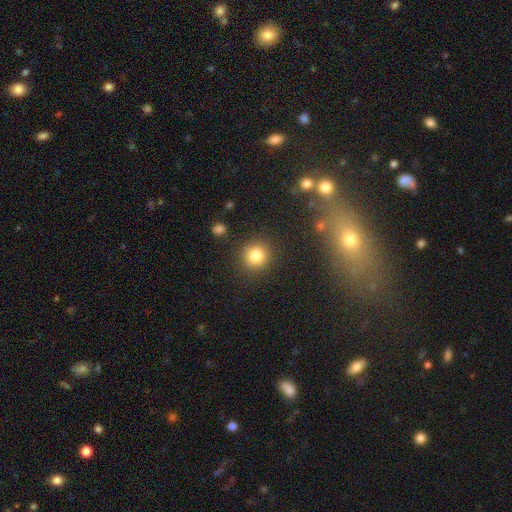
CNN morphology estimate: Q: Smooth or featured?
A: smooth (82%); runner-up: star or artifact (12%)
Q: How rounded?
A: round (91%); runner-up: in between (8%)
Q: Merging?
A: none (87%); runner-up: minor disturbance (7%)